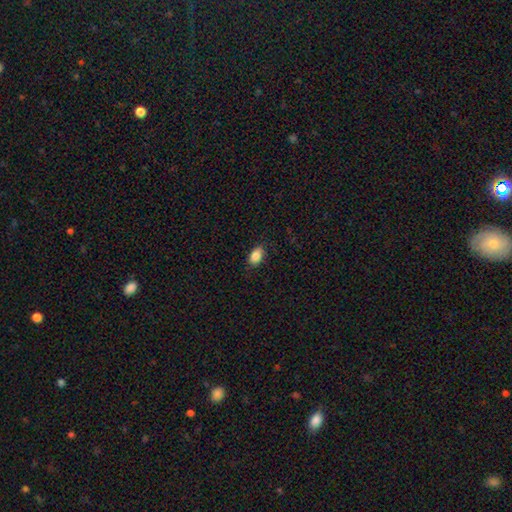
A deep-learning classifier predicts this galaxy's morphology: Smooth or featured? Predicted: smooth (p=0.87). How rounded? Predicted: in between (p=0.88). Merging? Predicted: none (p=0.82).